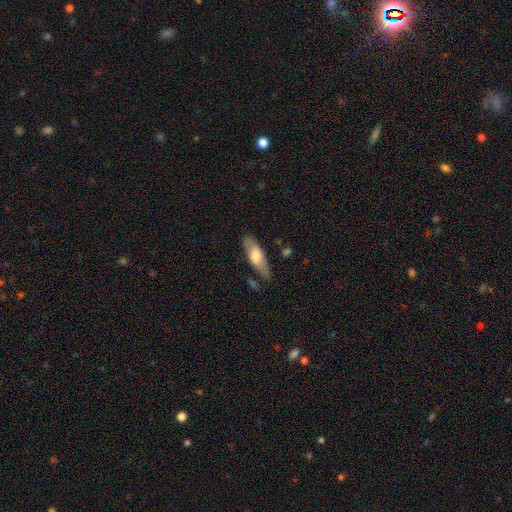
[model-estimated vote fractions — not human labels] Smooth or featured?
  - smooth: 58% *
  - featured or disk: 36%
  - star or artifact: 6%
How rounded?
  - in between: 62% *
  - cigar-shaped: 36%
  - round: 2%
Merging?
  - none: 73% *
  - minor disturbance: 19%
  - major disturbance: 5%
  - merger: 3%